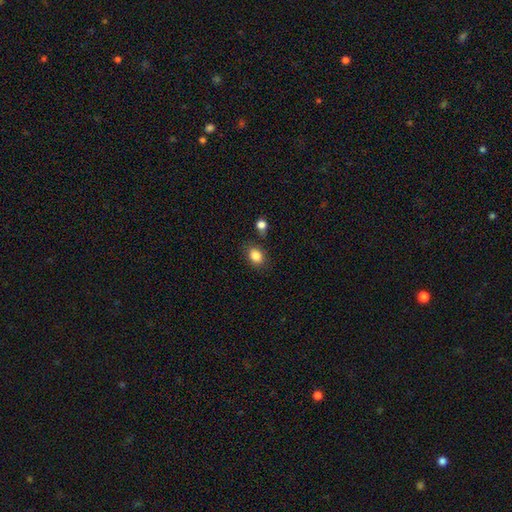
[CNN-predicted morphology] smooth-or-featured: smooth: 85% | star or artifact: 10% | featured or disk: 5%
  how-rounded: in between: 60% | round: 39% | cigar-shaped: 1%
  merging: none: 75% | minor disturbance: 14% | merger: 7% | major disturbance: 4%